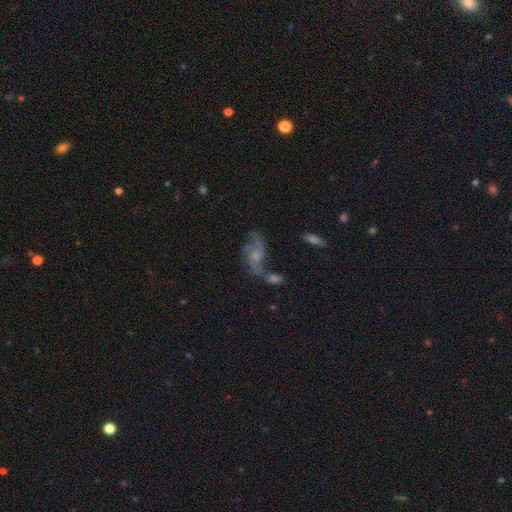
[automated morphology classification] smooth_or_featured: featured or disk (p=0.73) [alt: smooth p=0.16]
disk_edge_on: no (p=0.95) [alt: yes p=0.05]
bar: no (p=0.70) [alt: weak p=0.25]
has_spiral_arms: yes (p=0.88) [alt: no p=0.12]
spiral_winding: loose (p=0.54) [alt: medium p=0.34]
spiral_arm_count: 2 (p=0.56) [alt: can't tell p=0.16]
bulge_size: small (p=0.60) [alt: moderate p=0.25]
merging: none (p=0.43) [alt: merger p=0.19]